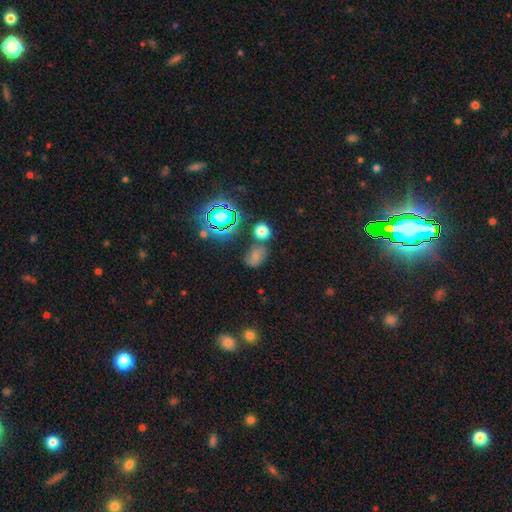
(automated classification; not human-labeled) Q: Smooth or featured?
A: smooth (50%); runner-up: star or artifact (26%)
Q: Merging?
A: none (58%); runner-up: minor disturbance (20%)